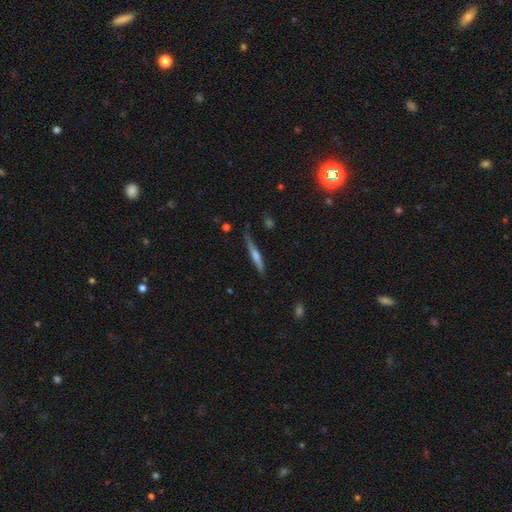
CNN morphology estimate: Smooth or featured: smooth — 48% (featured or disk — 46%)
Merging: none — 75% (minor disturbance — 18%)